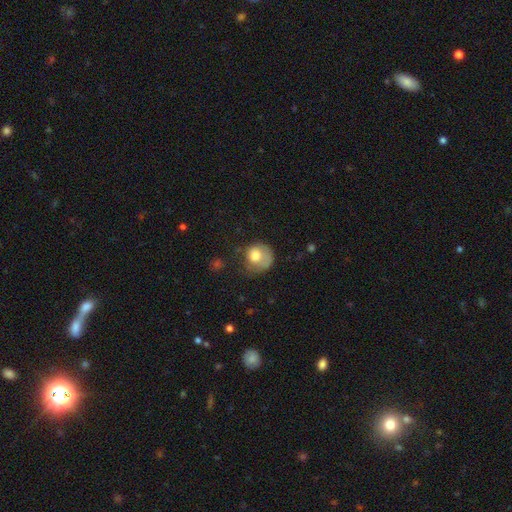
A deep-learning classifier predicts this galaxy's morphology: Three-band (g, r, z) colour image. It shows a smooth galaxy with no disk features (73%) that is round (77%). Merging: none (38%).